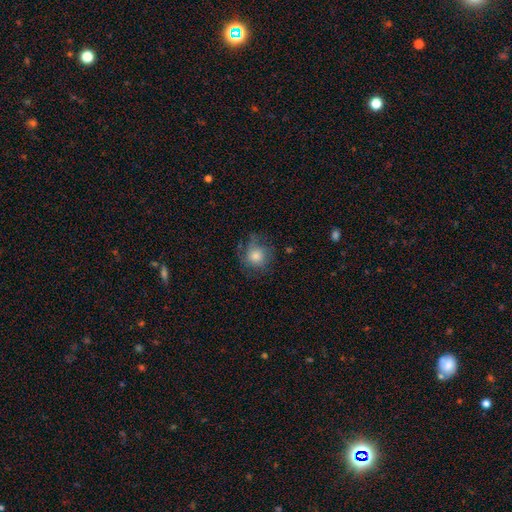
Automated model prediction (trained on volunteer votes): A smooth galaxy with no disk features (65%) that is round (87%).

Vote fractions:
- Smooth or featured? smooth: 65% / featured or disk: 25% / star or artifact: 10%
- How rounded? round: 87% / in between: 12% / cigar-shaped: 1%
- Merging? none: 65% / minor disturbance: 21% / major disturbance: 12% / merger: 2%